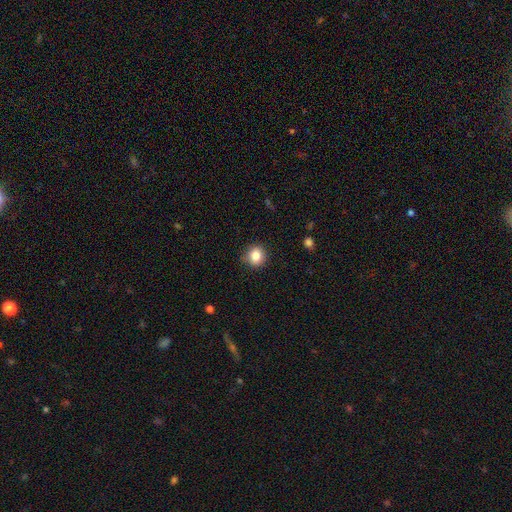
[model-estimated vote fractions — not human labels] smooth_or_featured: smooth (p=0.84) [alt: star or artifact p=0.10]
how_rounded: round (p=0.85) [alt: in between p=0.14]
merging: none (p=0.85) [alt: minor disturbance p=0.11]